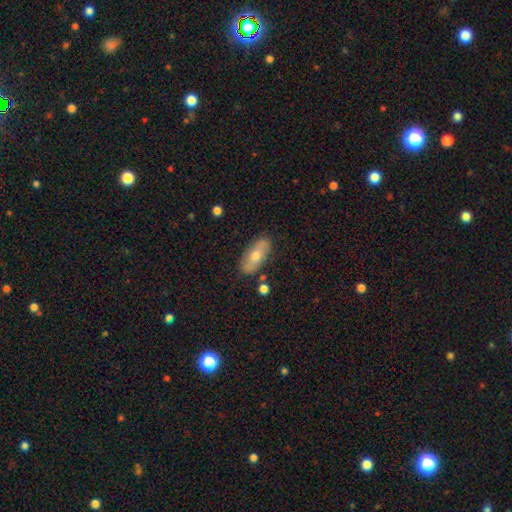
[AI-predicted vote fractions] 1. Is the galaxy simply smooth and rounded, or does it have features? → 58% smooth, 35% featured or disk, 7% star or artifact.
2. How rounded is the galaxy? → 85% in between, 11% cigar-shaped, 4% round.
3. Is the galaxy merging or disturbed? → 84% none, 11% minor disturbance, 2% major disturbance, 2% merger.